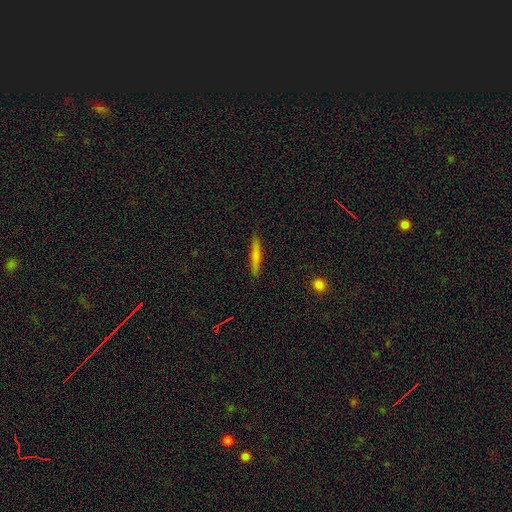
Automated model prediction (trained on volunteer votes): Smooth or featured? Predicted: smooth (p=0.69). How rounded? Predicted: cigar-shaped (p=0.95). Merging? Predicted: none (p=0.90).